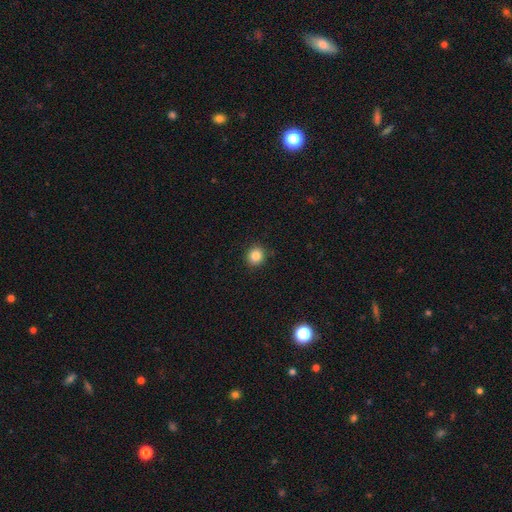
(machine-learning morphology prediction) A smooth galaxy with no disk features (85%) that is round (87%). Merging: none (90%).